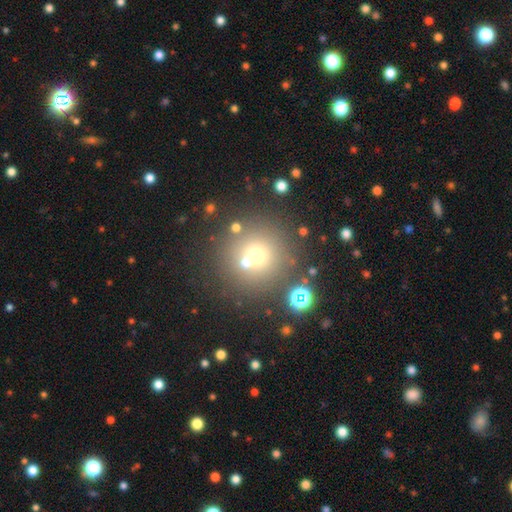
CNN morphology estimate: This appears to be a smooth galaxy with no disk features (61%) that is round (94%). Merging: none (70%).